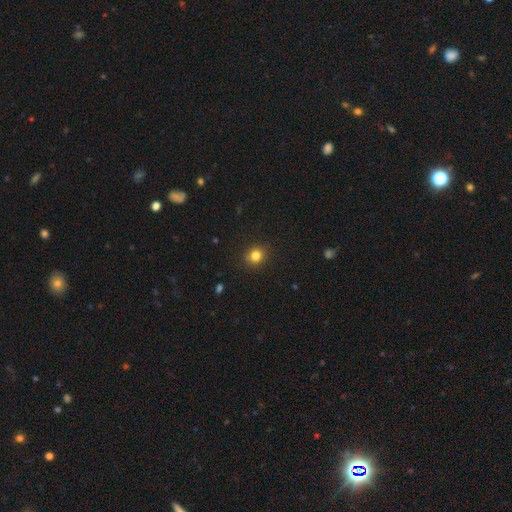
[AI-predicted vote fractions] A smooth galaxy with no disk features (81%) that is round (85%).

Vote fractions:
- Smooth or featured? smooth: 81% / star or artifact: 13% / featured or disk: 6%
- How rounded? round: 85% / in between: 14% / cigar-shaped: 1%
- Merging? none: 88% / minor disturbance: 9% / major disturbance: 2% / merger: 2%